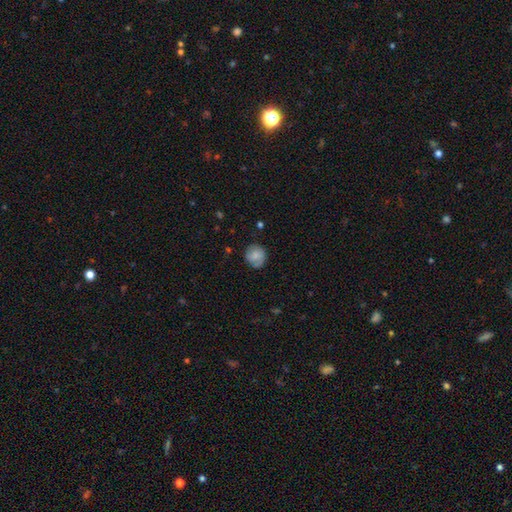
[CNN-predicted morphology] smooth-or-featured: smooth: 75% | featured or disk: 18% | star or artifact: 8%
  how-rounded: round: 87% | in between: 12% | cigar-shaped: 1%
  merging: none: 74% | minor disturbance: 19% | major disturbance: 5% | merger: 2%